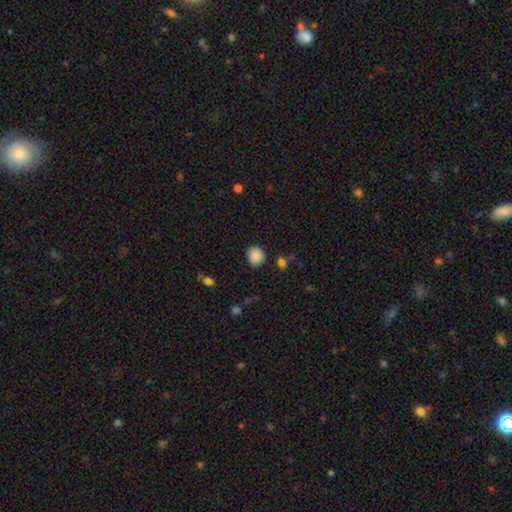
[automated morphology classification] type=smooth (88%); roundness=round (74%); merging=none (81%).